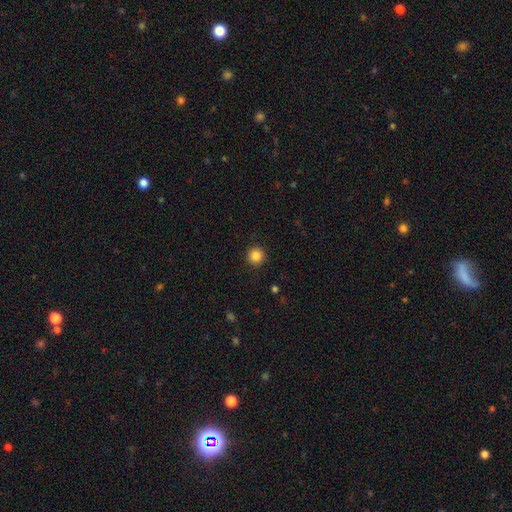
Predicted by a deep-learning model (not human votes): Smooth or featured? Predicted: smooth (p=0.86). How rounded? Predicted: round (p=0.95). Merging? Predicted: none (p=0.92).